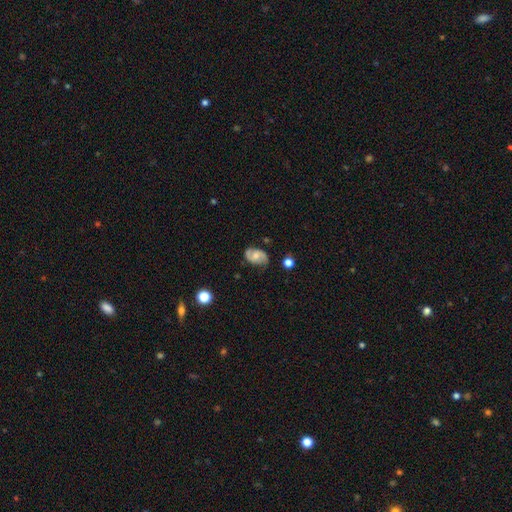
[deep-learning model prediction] This is likely a featured or disk galaxy (66%). It is clearly not viewed edge-on (97%). Bar: possibly no (54%). Spiral arm pattern: clearly yes (91%). Spiral arm count: clearly 2 (88%). Spiral winding: possibly medium (48%). Central bulge: possibly moderate (49%). Merging: likely none (76%).